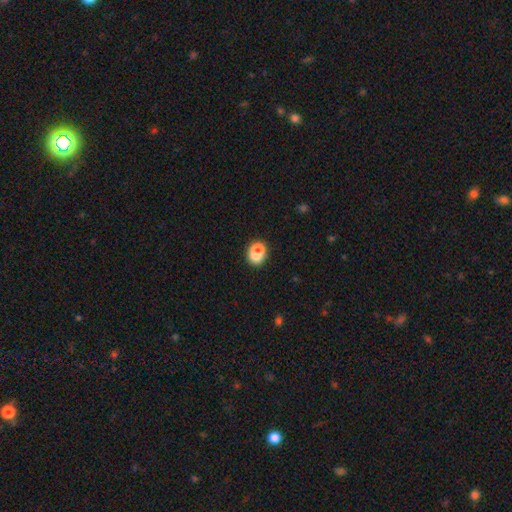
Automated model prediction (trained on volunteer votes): A smooth galaxy with no disk features (69%) that is round (60%). Merging: merger (47%).